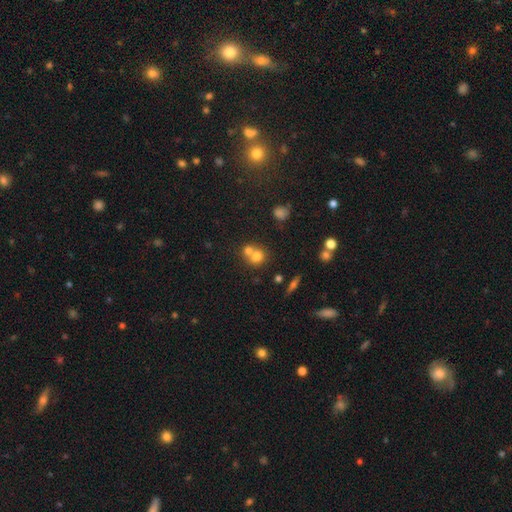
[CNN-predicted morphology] Smooth or featured: smooth — 71% (featured or disk — 16%)
How rounded: round — 82% (in between — 17%)
Merging: merger — 57% (none — 35%)